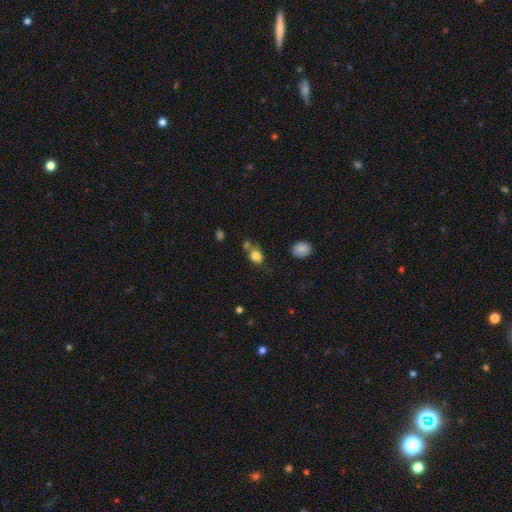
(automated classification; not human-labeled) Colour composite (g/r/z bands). It shows a smooth galaxy with no disk features (81%) that is in between round and cigar-shaped (60%). Merging: none (46%).